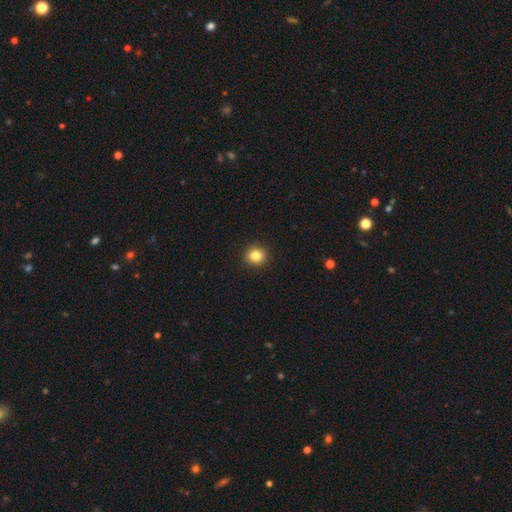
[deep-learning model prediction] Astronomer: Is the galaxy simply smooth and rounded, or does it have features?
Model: smooth — 83%.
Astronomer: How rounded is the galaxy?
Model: round — 92%.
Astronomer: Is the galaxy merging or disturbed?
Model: none — 93%.